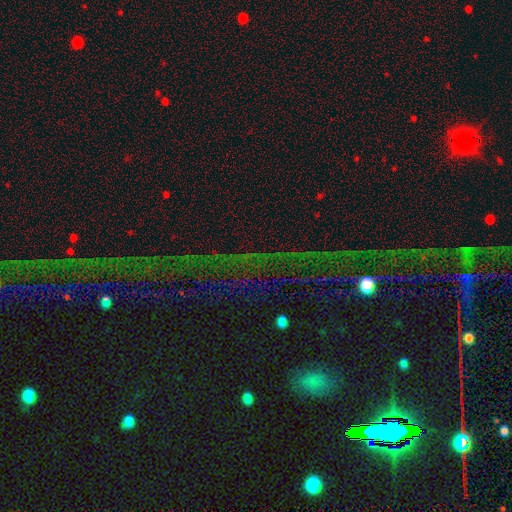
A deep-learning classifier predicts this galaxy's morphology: Smooth or featured: star or artifact — 78% (featured or disk — 11%)